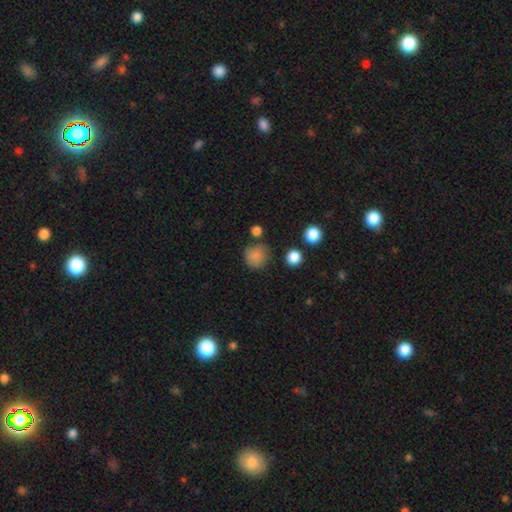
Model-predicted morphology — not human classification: Smooth or featured? smooth (83%)
How rounded? round (90%)
Merging? none (74%)